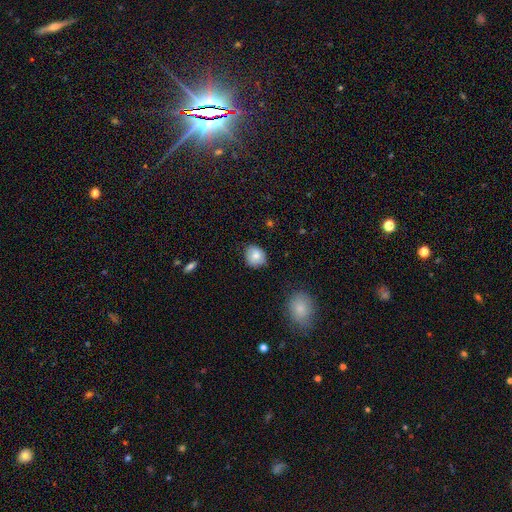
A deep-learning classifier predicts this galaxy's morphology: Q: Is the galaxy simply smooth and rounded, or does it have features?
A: smooth — 80%.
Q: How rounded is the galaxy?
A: round — 75%.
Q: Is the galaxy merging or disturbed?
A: none — 77%.